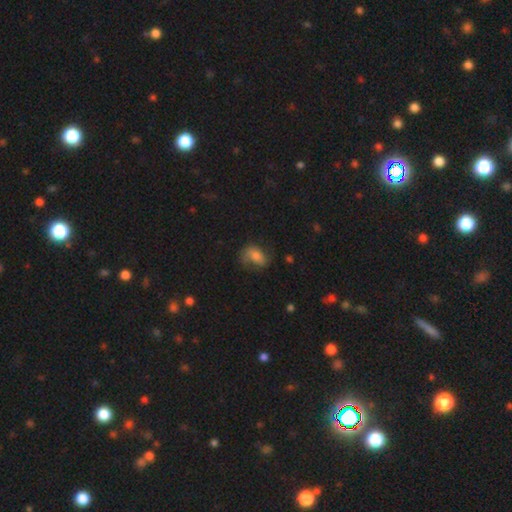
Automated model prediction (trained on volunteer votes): Smooth or featured?
  - smooth: 65% *
  - featured or disk: 24%
  - star or artifact: 11%
How rounded?
  - in between: 80% *
  - round: 18%
  - cigar-shaped: 2%
Merging?
  - none: 49% *
  - minor disturbance: 29%
  - major disturbance: 19%
  - merger: 2%